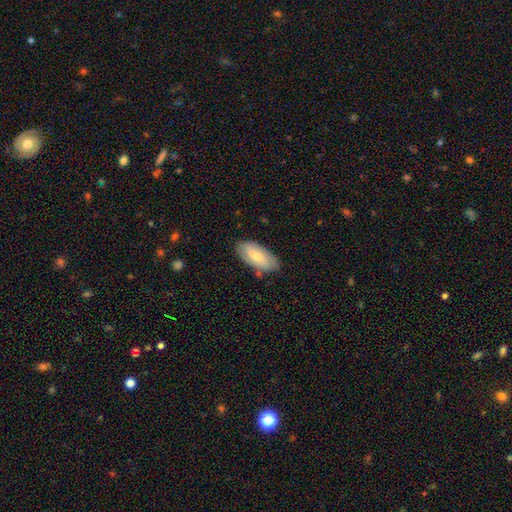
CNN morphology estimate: Smooth or featured? Predicted: smooth (p=0.55). How rounded? Predicted: in between (p=0.87). Merging? Predicted: none (p=0.80).